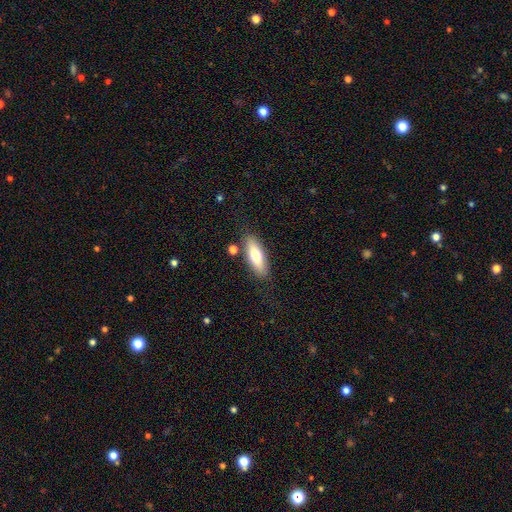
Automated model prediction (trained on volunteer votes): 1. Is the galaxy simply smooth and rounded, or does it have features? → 70% smooth, 23% featured or disk, 7% star or artifact.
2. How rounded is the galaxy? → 60% in between, 38% cigar-shaped, 2% round.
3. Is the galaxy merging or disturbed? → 80% none, 12% minor disturbance, 5% merger, 3% major disturbance.